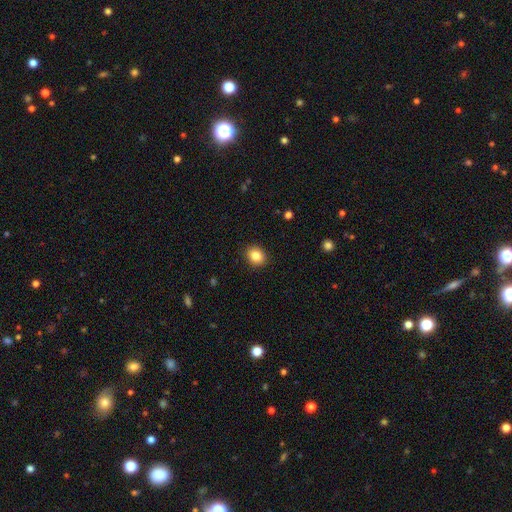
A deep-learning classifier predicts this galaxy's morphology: A smooth galaxy with no disk features (84%) that is round (63%). Merging: none (91%).